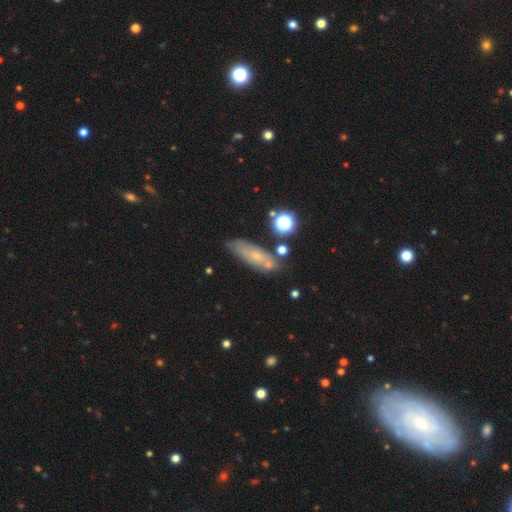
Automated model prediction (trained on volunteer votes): Smooth or featured?
  - smooth: 52% *
  - featured or disk: 33%
  - star or artifact: 15%
How rounded?
  - in between: 51% *
  - cigar-shaped: 42%
  - round: 7%
Merging?
  - none: 64% *
  - minor disturbance: 20%
  - merger: 9%
  - major disturbance: 7%